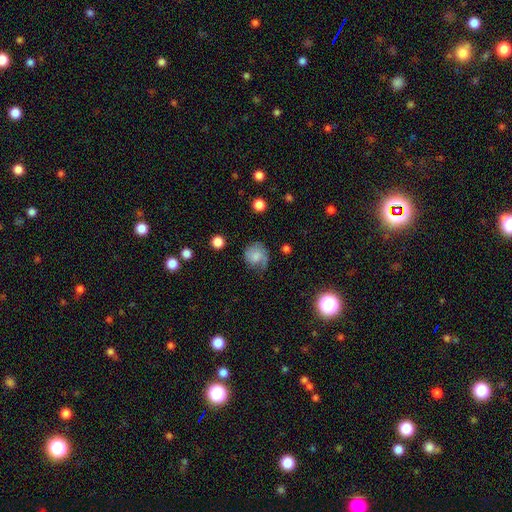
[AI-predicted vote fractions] Smooth or featured? smooth (60%)
How rounded? round (78%)
Merging? none (50%)